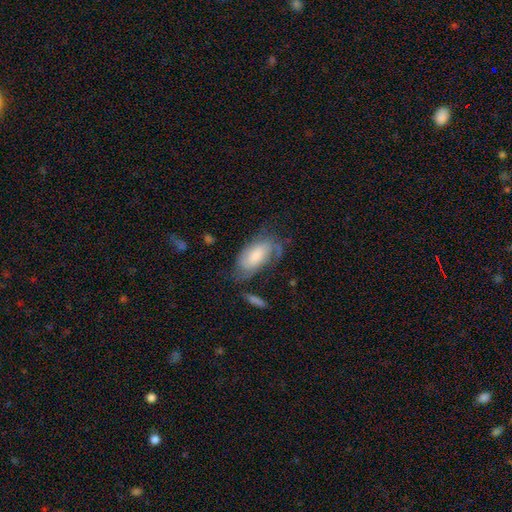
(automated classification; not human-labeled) smooth_or_featured: smooth (p=0.47) [alt: featured or disk p=0.46]
merging: none (p=0.49) [alt: minor disturbance p=0.27]